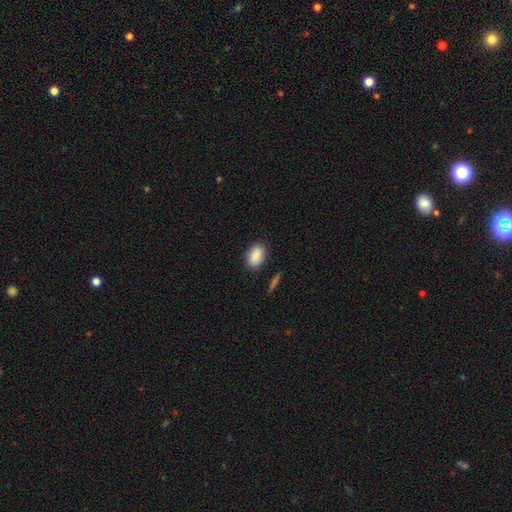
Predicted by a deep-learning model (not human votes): smooth_or_featured: smooth (p=0.89) [alt: star or artifact p=0.07]
how_rounded: in between (p=0.88) [alt: round p=0.10]
merging: none (p=0.86) [alt: minor disturbance p=0.10]